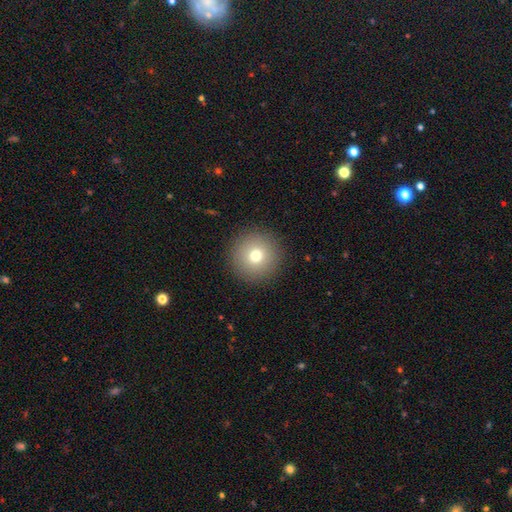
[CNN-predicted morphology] type=smooth (75%); roundness=round (96%); merging=none (92%).